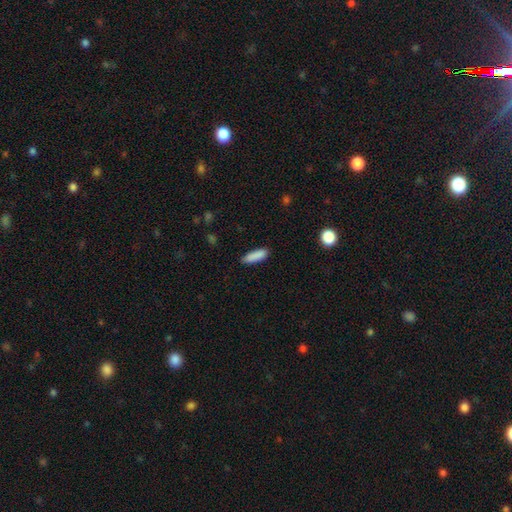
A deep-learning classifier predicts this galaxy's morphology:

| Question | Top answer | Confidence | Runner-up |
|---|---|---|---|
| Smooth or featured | smooth | 88% | star or artifact (7%) |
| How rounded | cigar-shaped | 51% | in between (47%) |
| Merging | none | 83% | minor disturbance (13%) |